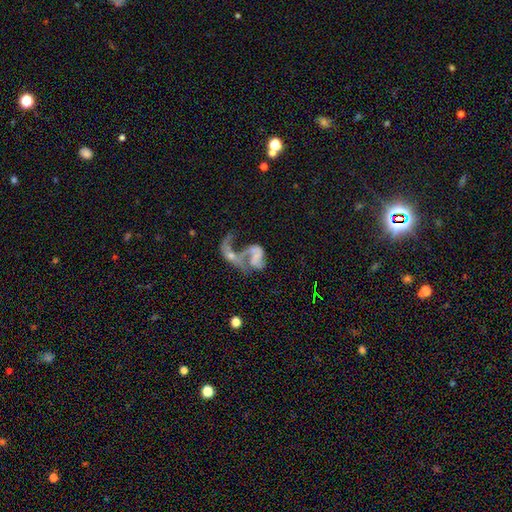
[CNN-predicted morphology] Overall: featured or disk (62%; smooth 26%). Edge-on disk: no (97%). Bar: no (73%). Spiral arms: yes (55%; no 45%). Bulge size: none (58%; small 22%). Merging: merger (57%; major disturbance 28%).